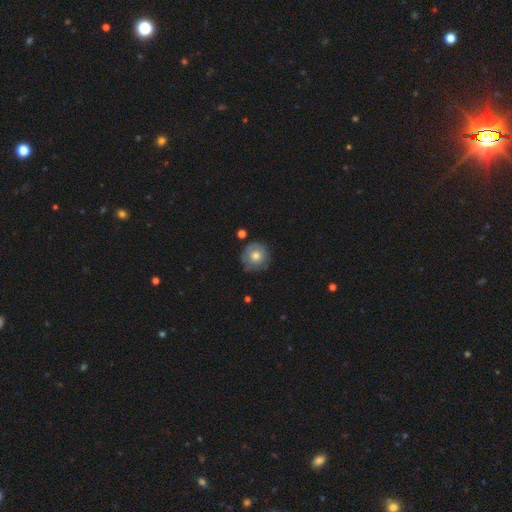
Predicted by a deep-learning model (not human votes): Q: Smooth or featured?
A: smooth (64%); runner-up: featured or disk (28%)
Q: How rounded?
A: round (93%); runner-up: in between (6%)
Q: Merging?
A: none (75%); runner-up: minor disturbance (18%)